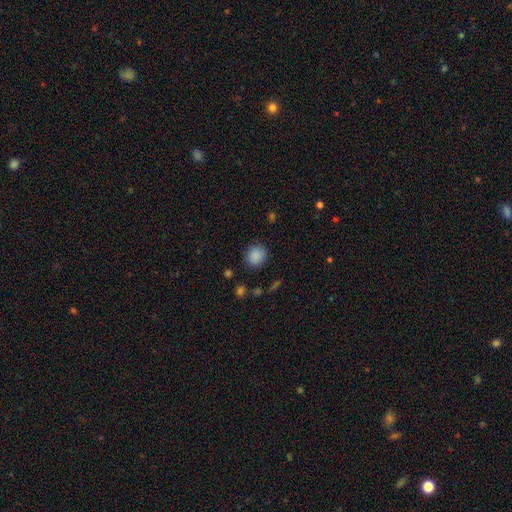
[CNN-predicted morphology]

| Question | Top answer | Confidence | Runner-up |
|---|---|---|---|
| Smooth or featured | smooth | 87% | star or artifact (9%) |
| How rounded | round | 79% | in between (20%) |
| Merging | none | 85% | minor disturbance (10%) |